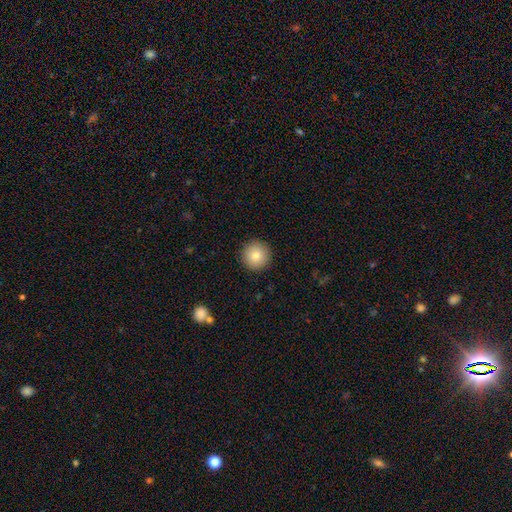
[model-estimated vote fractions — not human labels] smooth 83%, star or artifact 9%, featured or disk 8%. Down the decision tree: how rounded — round (96%); merging — none (92%).